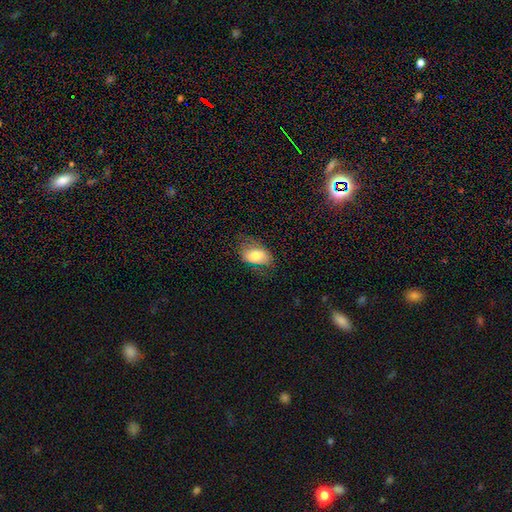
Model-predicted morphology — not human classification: smooth-or-featured: smooth: 72% | featured or disk: 21% | star or artifact: 8%
  how-rounded: in between: 86% | round: 12% | cigar-shaped: 2%
  merging: none: 65% | minor disturbance: 24% | major disturbance: 10% | merger: 1%